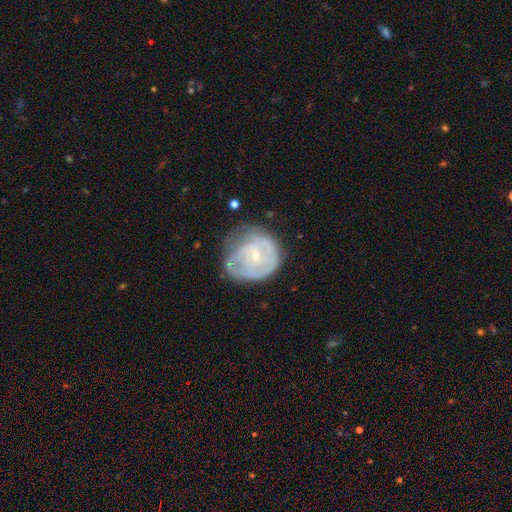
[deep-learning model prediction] Smooth or featured? Predicted: featured or disk (p=0.71). Edge-on disk? Predicted: no (p=0.97). Bar? Predicted: no (p=0.70). Spiral arms? Predicted: yes (p=0.76). Spiral winding? Predicted: tight (p=0.66). Spiral arm count? Predicted: can't tell (p=0.49). Bulge size? Predicted: small (p=0.79). Merging? Predicted: none (p=0.51).